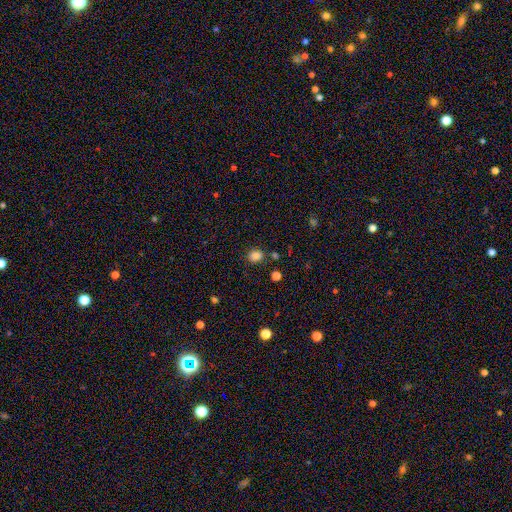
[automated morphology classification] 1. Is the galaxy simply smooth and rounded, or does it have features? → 83% smooth, 12% star or artifact, 4% featured or disk.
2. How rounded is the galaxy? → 62% round, 37% in between, 1% cigar-shaped.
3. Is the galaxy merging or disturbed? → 81% none, 11% minor disturbance, 5% merger, 3% major disturbance.